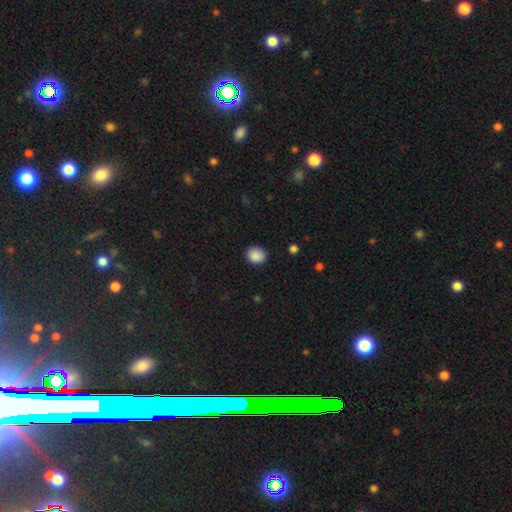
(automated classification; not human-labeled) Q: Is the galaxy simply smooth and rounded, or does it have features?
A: smooth — 89%.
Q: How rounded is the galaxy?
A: round — 65%.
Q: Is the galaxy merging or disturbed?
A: none — 87%.